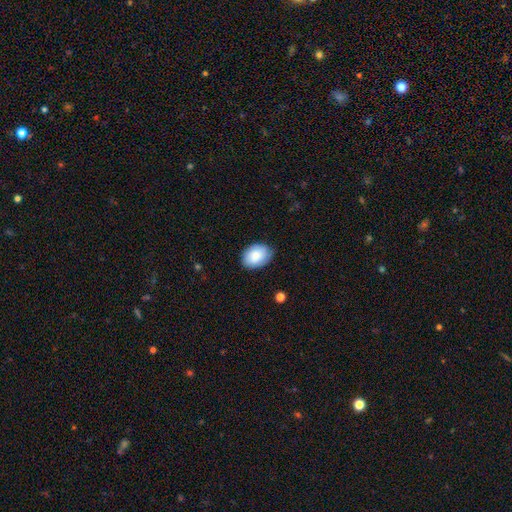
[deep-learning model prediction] smooth-or-featured: smooth: 82% | featured or disk: 11% | star or artifact: 7%
  how-rounded: in between: 77% | round: 22% | cigar-shaped: 1%
  merging: none: 79% | minor disturbance: 17% | major disturbance: 3% | merger: 1%